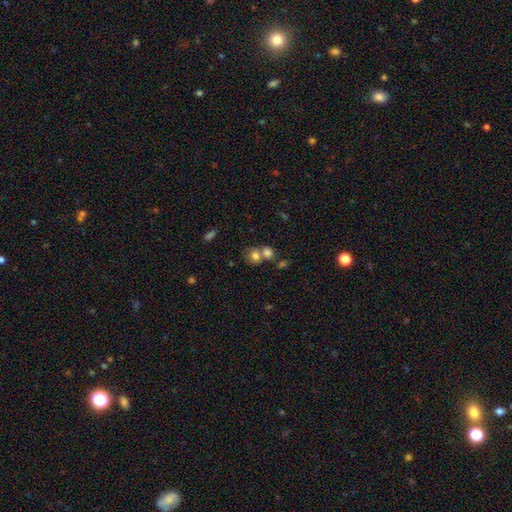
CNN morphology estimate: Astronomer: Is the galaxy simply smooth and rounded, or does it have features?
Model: smooth — 77%.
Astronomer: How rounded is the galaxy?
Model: round — 73%.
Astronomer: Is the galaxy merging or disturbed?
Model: merger — 49% (runner-up: none, 39%).